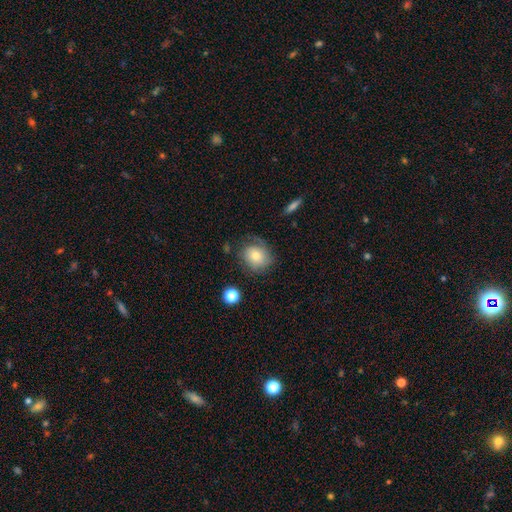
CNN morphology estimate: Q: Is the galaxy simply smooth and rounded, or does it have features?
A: smooth — 60%.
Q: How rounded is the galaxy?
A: round — 73%.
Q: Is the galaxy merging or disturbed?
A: none — 64%.